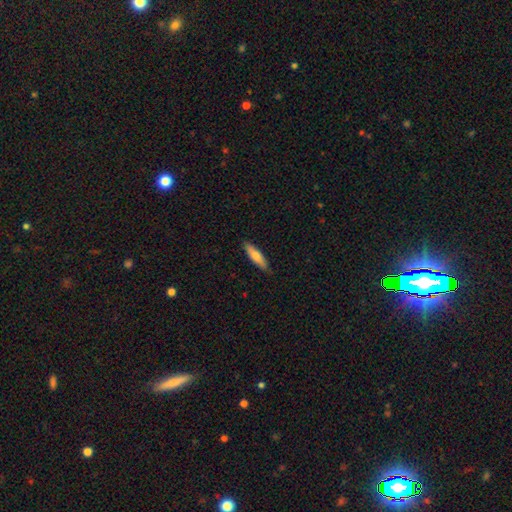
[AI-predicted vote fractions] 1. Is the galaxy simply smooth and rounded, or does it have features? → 71% smooth, 23% featured or disk, 5% star or artifact.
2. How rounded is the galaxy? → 72% cigar-shaped, 26% in between, 2% round.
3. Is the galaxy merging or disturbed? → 88% none, 10% minor disturbance, 2% major disturbance, 1% merger.